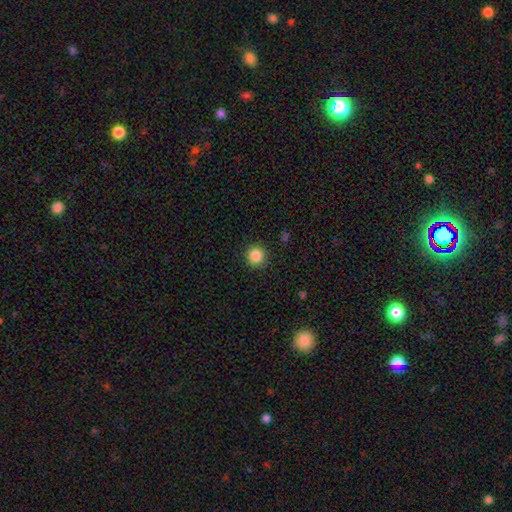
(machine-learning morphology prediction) Smooth or featured? smooth (86%)
How rounded? round (95%)
Merging? none (91%)